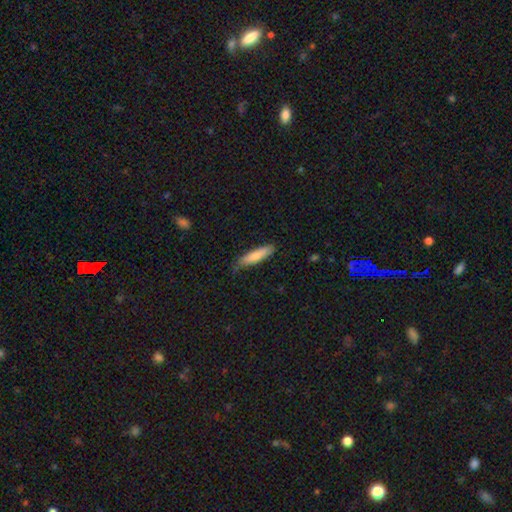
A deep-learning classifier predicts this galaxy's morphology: smooth-or-featured: smooth: 78% | featured or disk: 17% | star or artifact: 6%
  how-rounded: cigar-shaped: 78% | in between: 21% | round: 1%
  merging: none: 77% | minor disturbance: 19% | major disturbance: 3% | merger: 2%